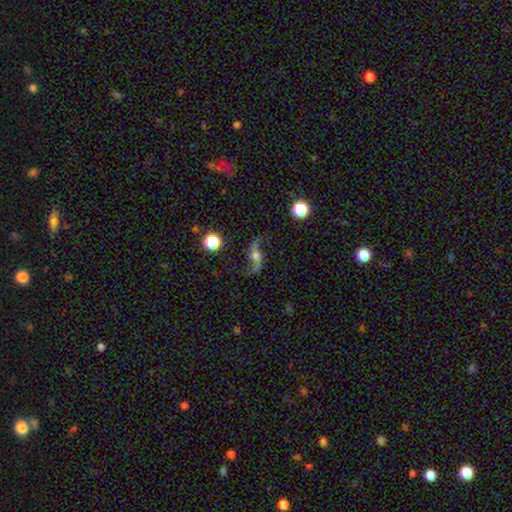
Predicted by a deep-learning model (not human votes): Overall: featured or disk (83%). Edge-on disk: no (93%). Bar: no (59%; weak 27%). Spiral arms: yes (95%). Spiral arm count: 2 (94%). Spiral winding: loose (92%). Bulge size: moderate (60%; small 23%). Merging: none (78%).